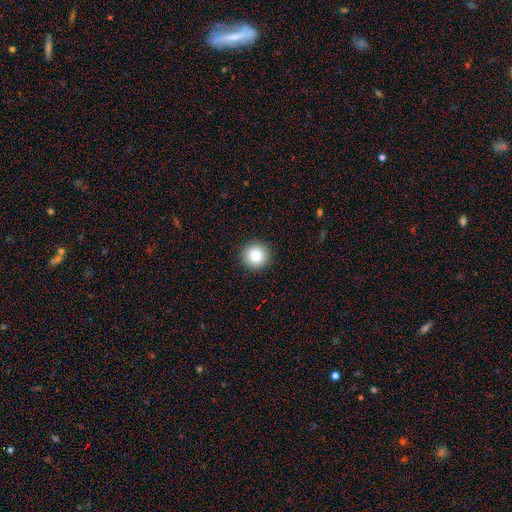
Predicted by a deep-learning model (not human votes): smooth_or_featured: smooth (p=0.86) [alt: star or artifact p=0.09]
how_rounded: round (p=0.95) [alt: in between p=0.04]
merging: none (p=0.92) [alt: minor disturbance p=0.05]